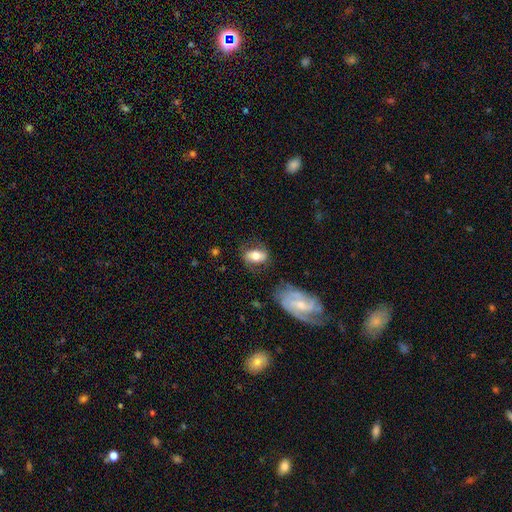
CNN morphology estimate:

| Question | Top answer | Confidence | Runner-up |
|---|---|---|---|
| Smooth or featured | smooth | 59% | featured or disk (33%) |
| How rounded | in between | 83% | round (13%) |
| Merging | none | 66% | minor disturbance (21%) |